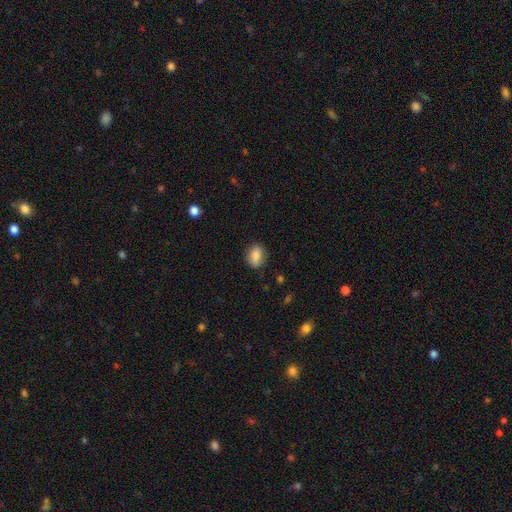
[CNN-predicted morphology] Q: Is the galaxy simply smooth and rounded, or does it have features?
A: smooth — 82%.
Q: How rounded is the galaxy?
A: in between — 72%.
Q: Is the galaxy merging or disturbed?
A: none — 82%.